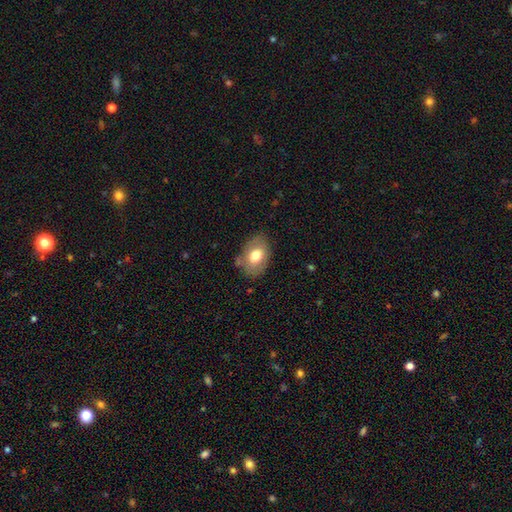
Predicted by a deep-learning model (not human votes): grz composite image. It shows a smooth galaxy with no disk features (67%) that is in between round and cigar-shaped (83%). Merging: none (74%).